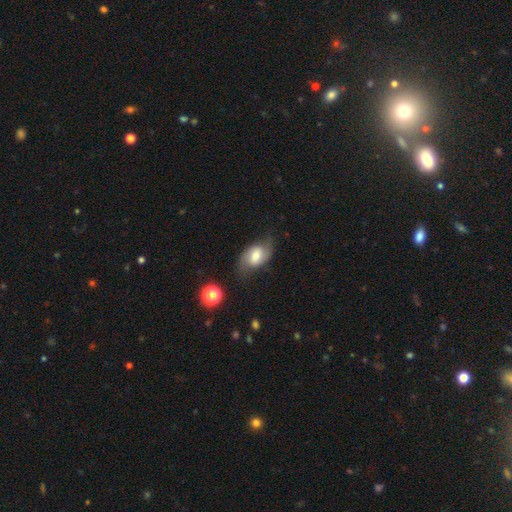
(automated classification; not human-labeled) Smooth or featured? Predicted: featured or disk (p=0.47). Merging? Predicted: none (p=0.63).